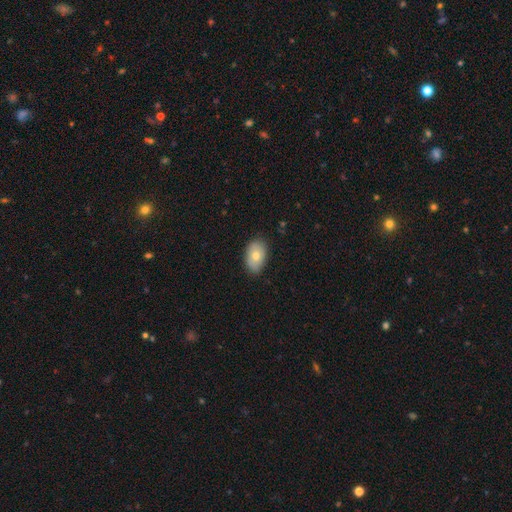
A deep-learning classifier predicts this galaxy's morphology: type=smooth (74%); roundness=in between (88%); merging=none (82%).